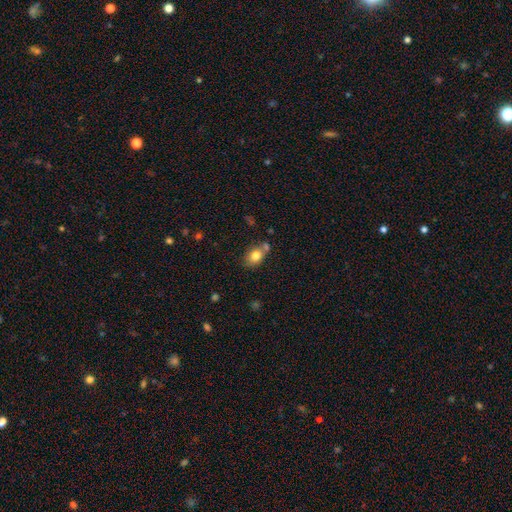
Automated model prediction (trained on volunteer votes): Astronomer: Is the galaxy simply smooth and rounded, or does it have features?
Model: smooth — 80%.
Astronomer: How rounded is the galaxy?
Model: in between — 57% (runner-up: round, 42%).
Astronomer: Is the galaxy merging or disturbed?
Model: none — 57%.